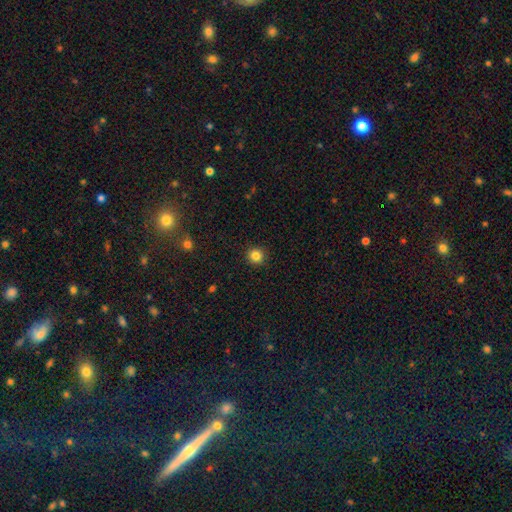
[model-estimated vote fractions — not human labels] smooth-or-featured: smooth: 84% | star or artifact: 12% | featured or disk: 4%
  how-rounded: round: 94% | in between: 5% | cigar-shaped: 1%
  merging: none: 92% | minor disturbance: 5% | major disturbance: 2% | merger: 1%